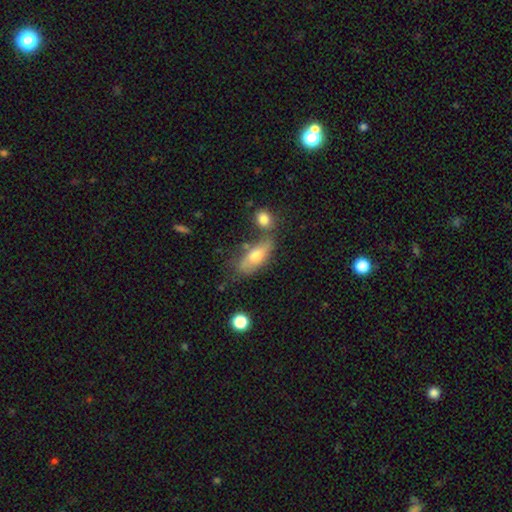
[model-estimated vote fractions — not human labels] This is likely a smooth galaxy (66%). How rounded: likely in between (77%). Merging: possibly none (48%).